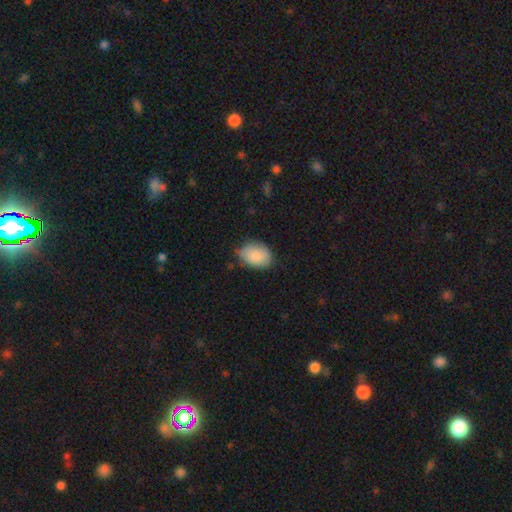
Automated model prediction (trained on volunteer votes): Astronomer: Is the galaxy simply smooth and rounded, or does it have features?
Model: smooth — 87%.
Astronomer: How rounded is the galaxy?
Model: in between — 77%.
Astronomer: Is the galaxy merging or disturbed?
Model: none — 67%.